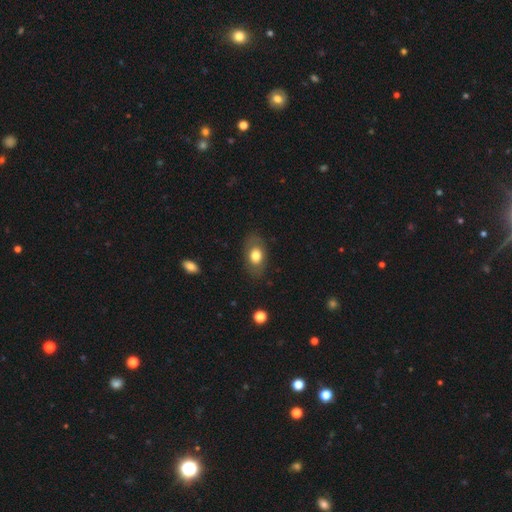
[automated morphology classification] smooth 71%, featured or disk 21%, star or artifact 8%. Down the decision tree: how rounded — in between (82%); merging — none (79%).